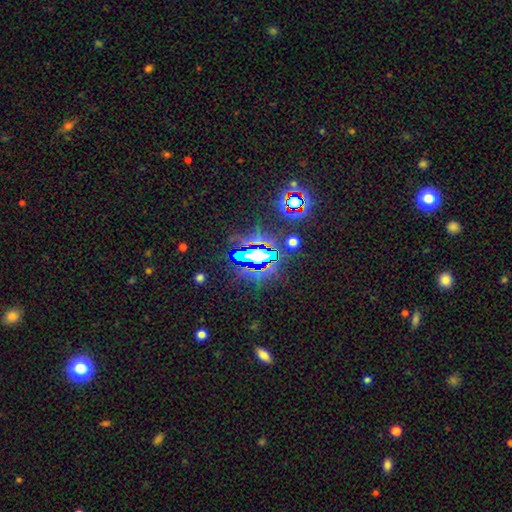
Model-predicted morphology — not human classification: A star or artifact, not a galaxy (68%).

Vote fractions:
- Smooth or featured? star or artifact: 68% / smooth: 19% / featured or disk: 13%